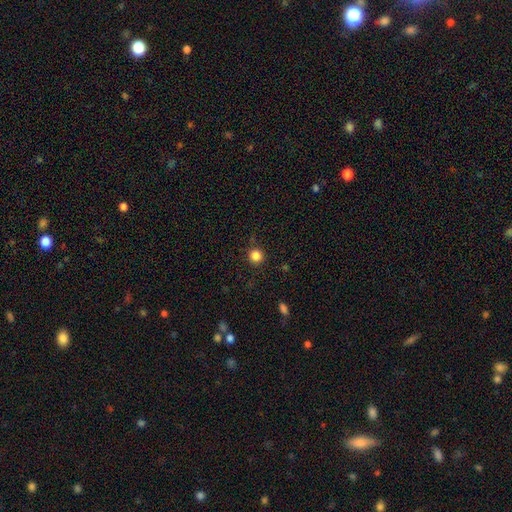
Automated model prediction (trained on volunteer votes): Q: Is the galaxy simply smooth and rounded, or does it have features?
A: smooth — 84%.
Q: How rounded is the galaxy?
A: round — 94%.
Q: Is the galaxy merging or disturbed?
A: none — 88%.